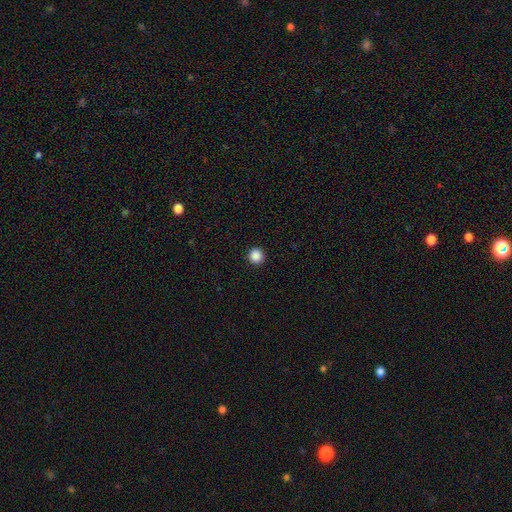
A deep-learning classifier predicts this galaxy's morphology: The model was most divided on "smooth or featured": smooth: 88%, star or artifact: 10%, featured or disk: 2%. More confident: how rounded — round (96%); merging — none (94%).